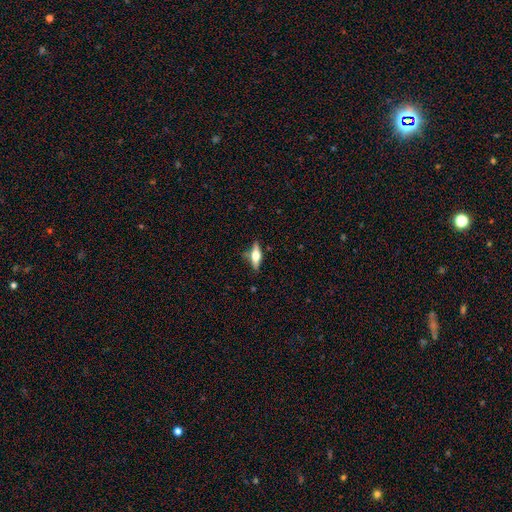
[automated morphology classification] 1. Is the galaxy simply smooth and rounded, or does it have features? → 54% featured or disk, 39% smooth, 7% star or artifact.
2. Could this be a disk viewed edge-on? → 93% yes, 7% no.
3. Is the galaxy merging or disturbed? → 76% none, 16% minor disturbance, 5% major disturbance, 3% merger.